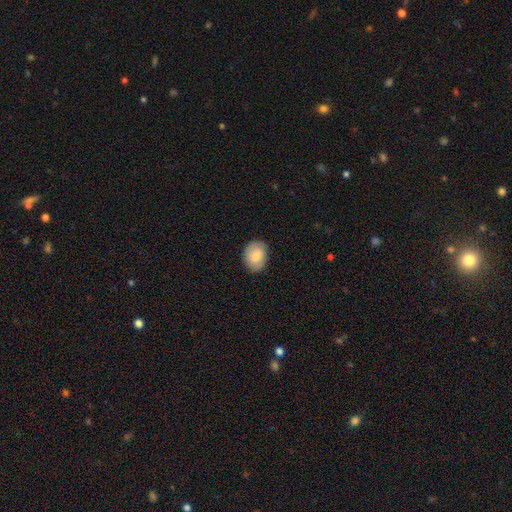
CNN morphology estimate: Q: Smooth or featured?
A: smooth (78%); runner-up: featured or disk (15%)
Q: How rounded?
A: in between (66%); runner-up: round (33%)
Q: Merging?
A: none (83%); runner-up: minor disturbance (13%)